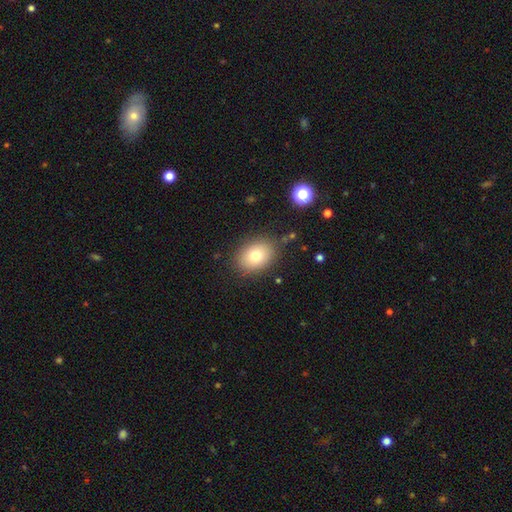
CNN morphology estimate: A smooth galaxy with no disk features (78%) that is in between round and cigar-shaped (69%). Merging: none (84%).